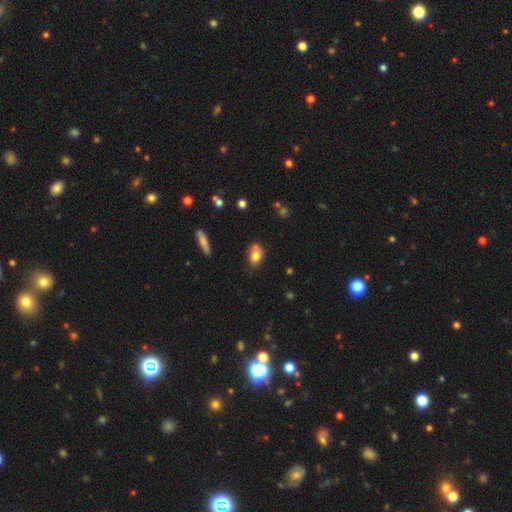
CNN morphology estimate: Smooth or featured? Predicted: smooth (p=0.76). How rounded? Predicted: in between (p=0.76). Merging? Predicted: none (p=0.51).